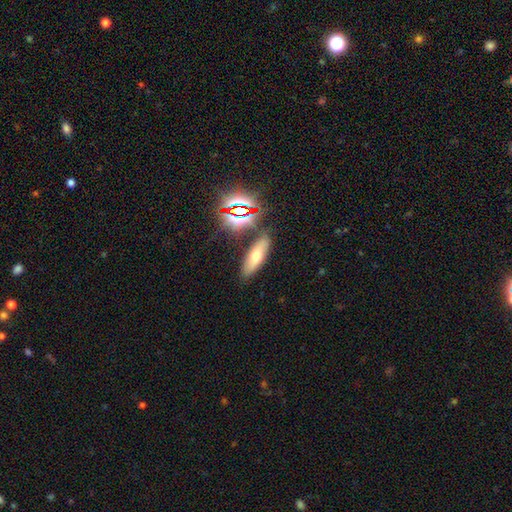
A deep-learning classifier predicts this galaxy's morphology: Smooth or featured? smooth (53%)
How rounded? in between (49%)
Merging? none (81%)